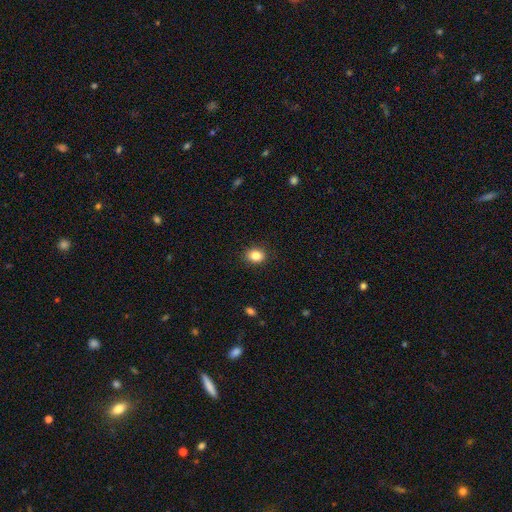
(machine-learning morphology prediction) This appears to be a smooth galaxy with no disk features (84%) that is round (56%). Merging: none (90%).